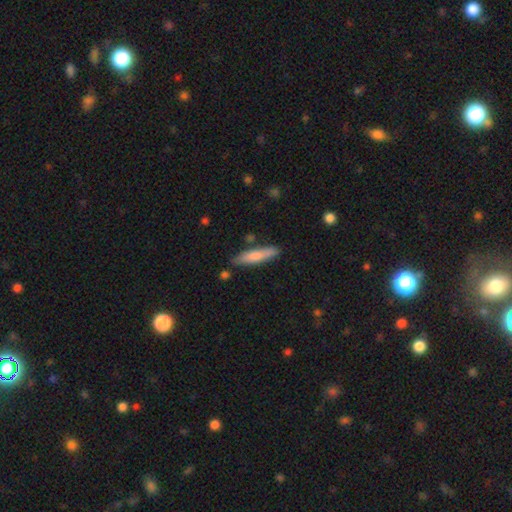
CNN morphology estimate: Smooth or featured?
  - smooth: 73% *
  - featured or disk: 22%
  - star or artifact: 5%
How rounded?
  - cigar-shaped: 85% *
  - in between: 14%
  - round: 1%
Merging?
  - none: 80% *
  - minor disturbance: 13%
  - merger: 4%
  - major disturbance: 3%